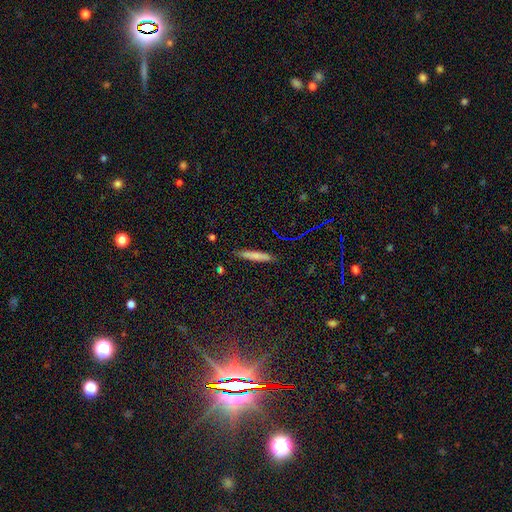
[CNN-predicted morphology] The model was most divided on "smooth or featured": smooth: 72%, featured or disk: 18%, star or artifact: 10%. More confident: how rounded — cigar-shaped (91%); merging — none (86%).